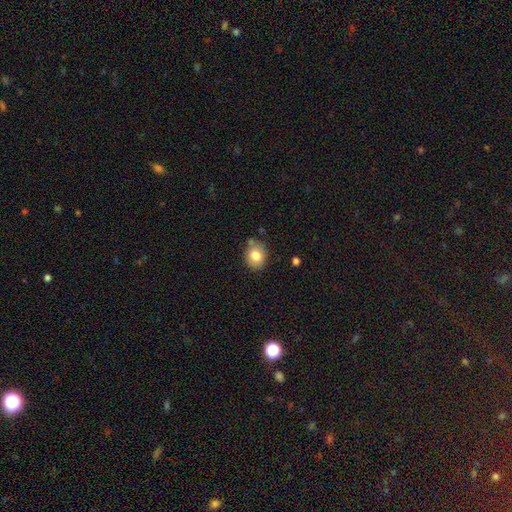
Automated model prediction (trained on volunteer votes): The model was most divided on "how rounded": round: 59%, in between: 40%, cigar-shaped: 1%. More confident: smooth or featured — smooth (80%); merging — none (73%).